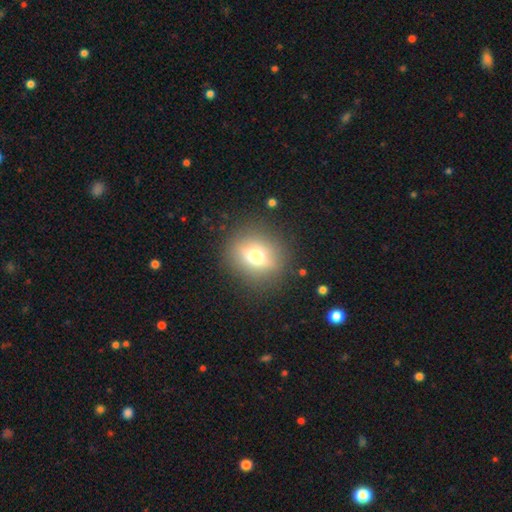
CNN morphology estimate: This appears to be a smooth galaxy with no disk features (59%) that is round (67%). Merging: none (83%).